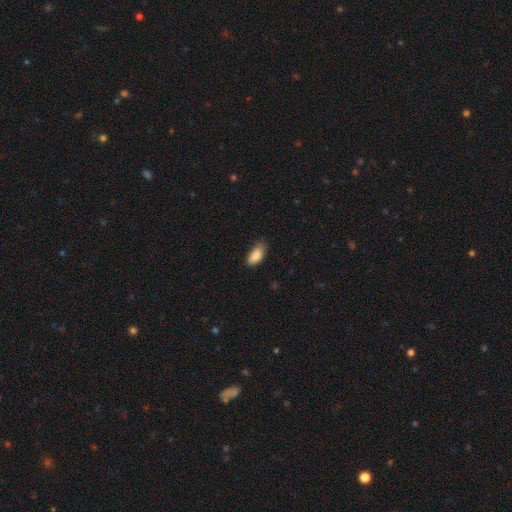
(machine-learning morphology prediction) A smooth galaxy with no disk features (87%) that is in between round and cigar-shaped (89%). Merging: none (53%).